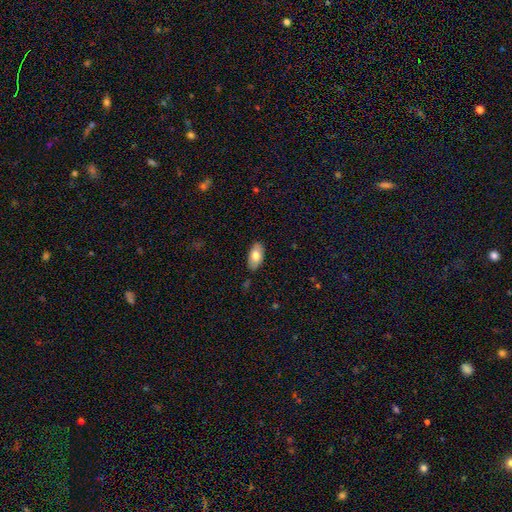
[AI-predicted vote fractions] This appears to be a smooth galaxy with no disk features (75%) that is in between round and cigar-shaped (94%). Merging: none (84%).